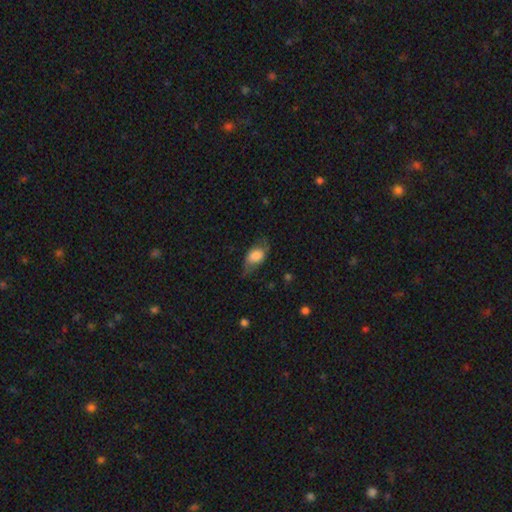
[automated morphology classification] smooth-or-featured: smooth: 70% | featured or disk: 23% | star or artifact: 7%
  how-rounded: in between: 84% | round: 13% | cigar-shaped: 3%
  merging: none: 49% | minor disturbance: 31% | major disturbance: 18% | merger: 2%